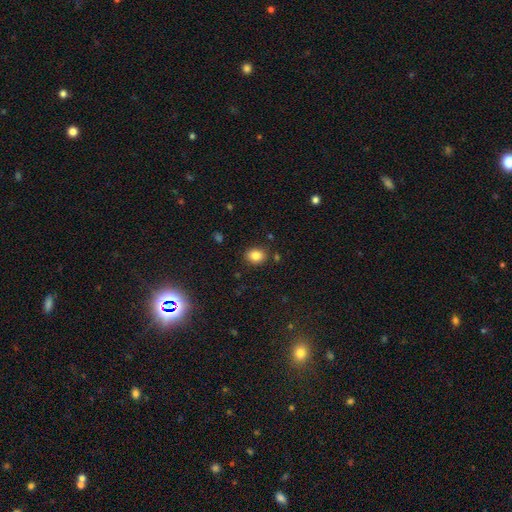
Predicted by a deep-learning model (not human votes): This is clearly a smooth galaxy (83%). How rounded: possibly in between (50%). Merging: clearly none (86%).